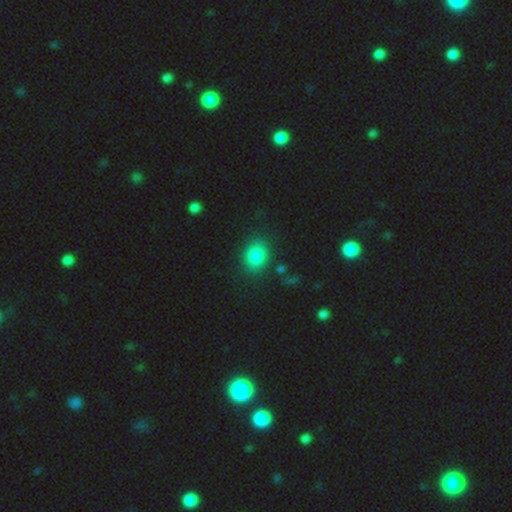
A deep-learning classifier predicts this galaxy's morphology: This is clearly a smooth galaxy (83%). How rounded: possibly round (58%). Merging: clearly none (82%).